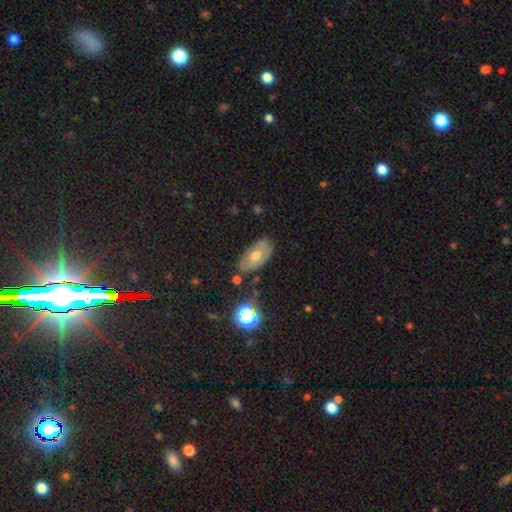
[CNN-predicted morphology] Smooth or featured: featured or disk — 47% (smooth — 41%)
Merging: none — 74% (minor disturbance — 18%)